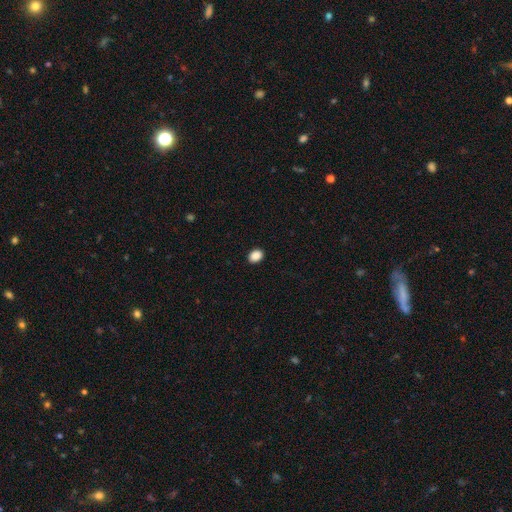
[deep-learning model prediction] A smooth galaxy with no disk features (90%) that is in between round and cigar-shaped (65%).

Vote fractions:
- Smooth or featured? smooth: 90% / star or artifact: 8% / featured or disk: 2%
- How rounded? in between: 65% / round: 34% / cigar-shaped: 1%
- Merging? none: 91% / minor disturbance: 6% / major disturbance: 2% / merger: 1%